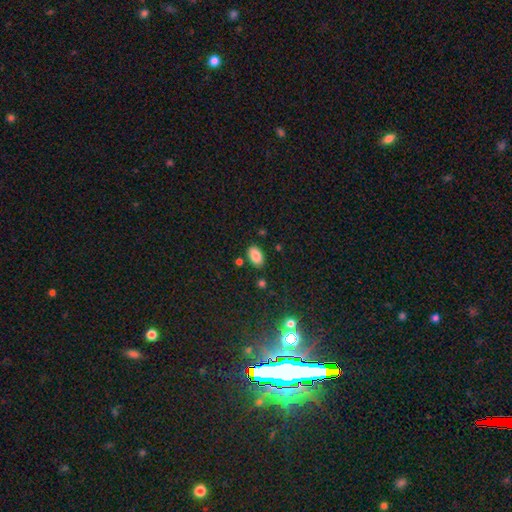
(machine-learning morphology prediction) The model was most divided on "merging": none: 84%, minor disturbance: 10%, merger: 4%, major disturbance: 3%. More confident: how rounded — in between (93%); smooth or featured — smooth (84%).